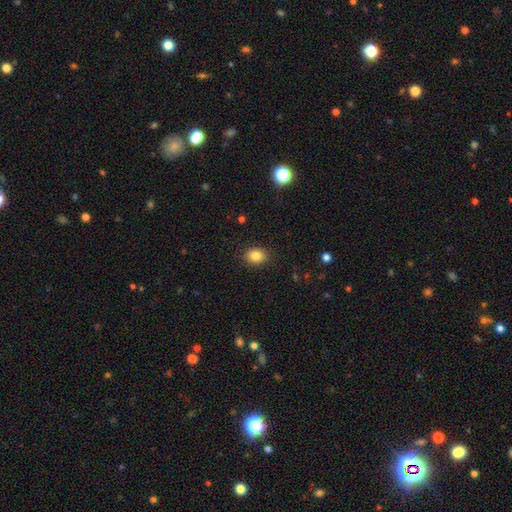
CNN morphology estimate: A smooth galaxy with no disk features (83%) that is round (50%, tied with in between). Merging: none (89%).